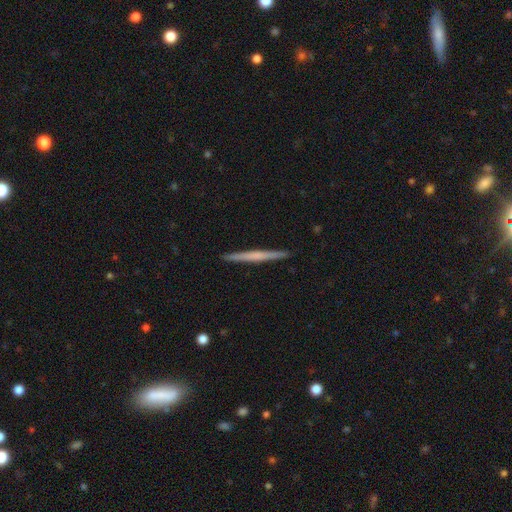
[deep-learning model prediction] Smooth or featured: featured or disk — 55% (smooth — 40%)
Edge-on disk: yes — 98% (no — 2%)
Edge-on bulge: none — 64% (rounded — 25%)
Merging: none — 92% (minor disturbance — 5%)